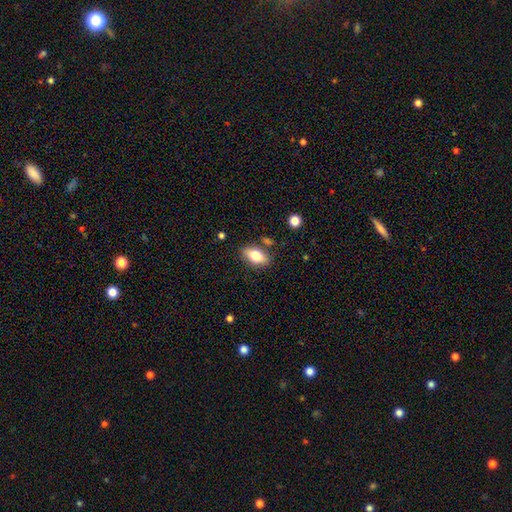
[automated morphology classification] This is likely a smooth galaxy (75%). How rounded: clearly in between (86%). Merging: likely none (80%).